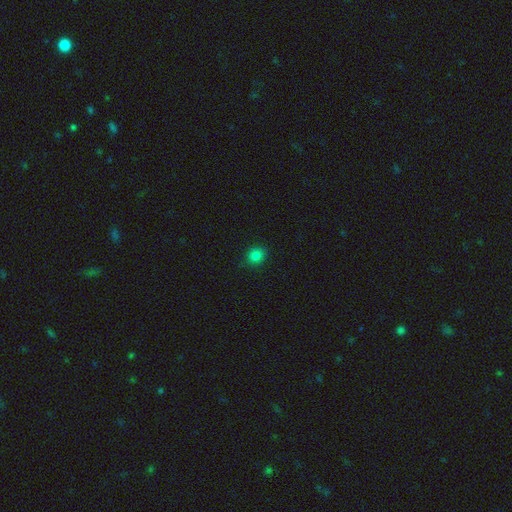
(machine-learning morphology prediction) This is clearly a smooth galaxy (81%). How rounded: clearly round (83%). Merging: clearly none (89%).